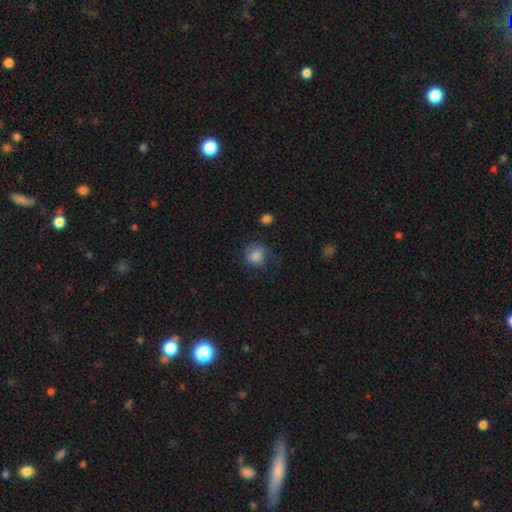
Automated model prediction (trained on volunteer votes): Morphology: type=smooth (83%); roundness=round (85%); merging=none (68%).